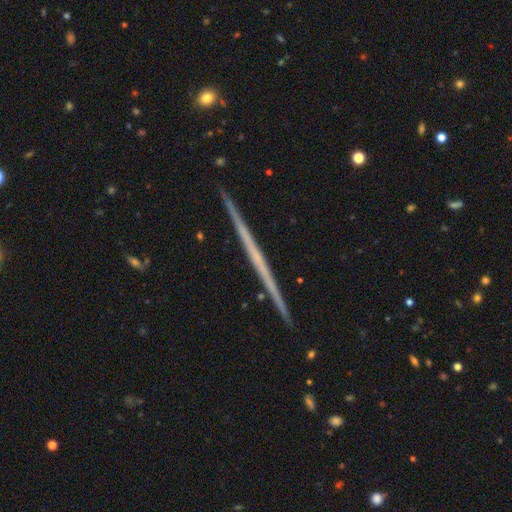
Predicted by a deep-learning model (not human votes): This appears to be a featured or disk galaxy (71%) viewed edge-on (98%) with no central bulge (82%). Merging: none (92%).